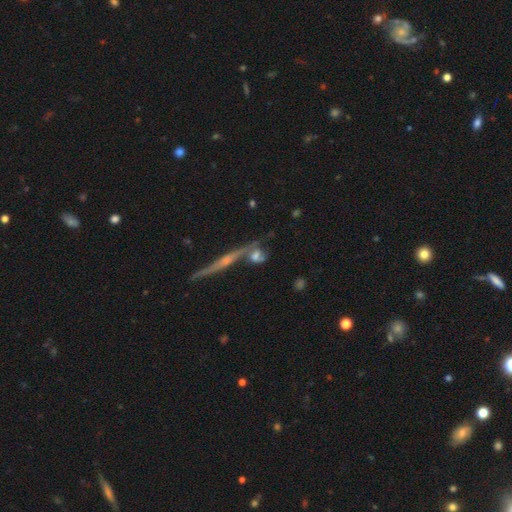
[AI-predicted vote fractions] The model was most divided on "merging": merger: 41%, none: 34%, minor disturbance: 14%, major disturbance: 12%. More confident: edge-on disk — no (65%); smooth or featured — featured or disk (51%).